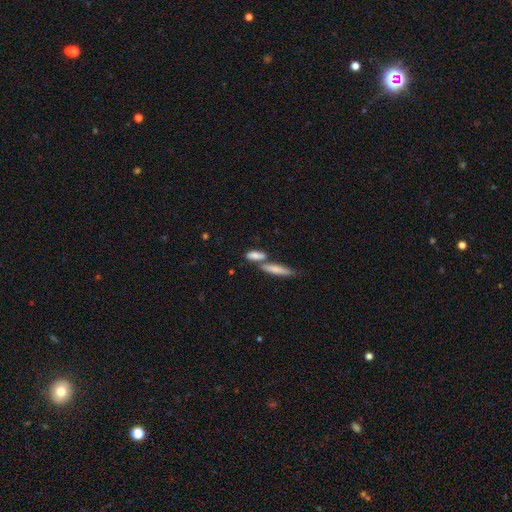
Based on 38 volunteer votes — Smooth or featured?
  - smooth: 66% *
  - featured or disk: 26%
  - star or artifact: 8%
How rounded?
  - in between: 60% *
  - cigar-shaped: 40%
  - round: 0%
Merging?
  - none: 49% *
  - merger: 34%
  - minor disturbance: 11%
  - major disturbance: 6%